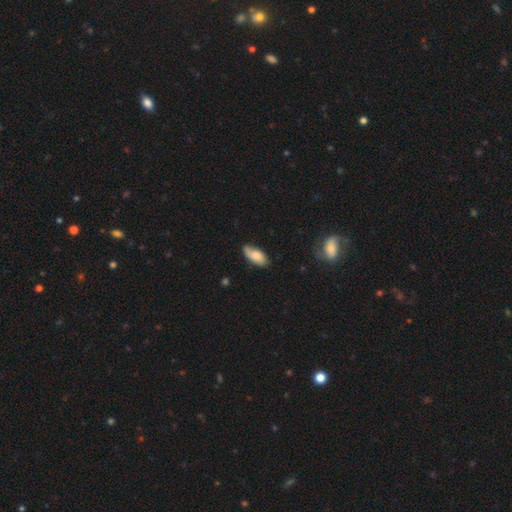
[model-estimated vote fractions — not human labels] smooth 73%, featured or disk 20%, star or artifact 6%. Down the decision tree: how rounded — in between (88%); merging — none (70%).